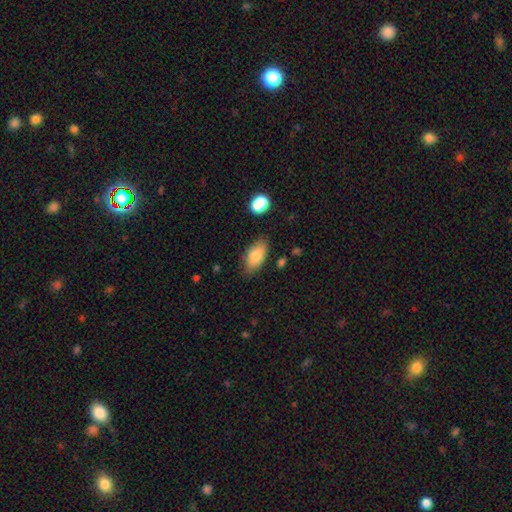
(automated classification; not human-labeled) A smooth galaxy with no disk features (82%) that is in between round and cigar-shaped (91%). Merging: none (77%).